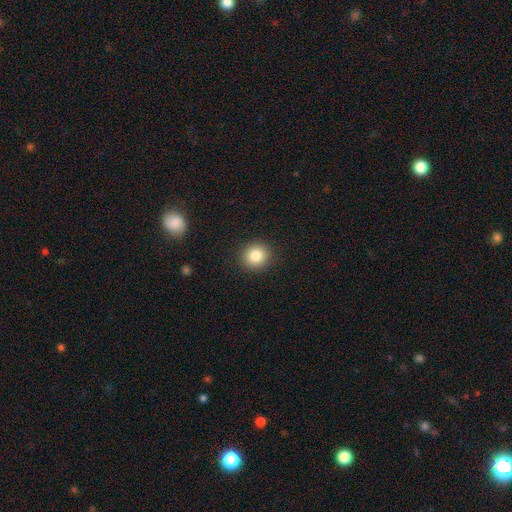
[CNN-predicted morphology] smooth 83%, star or artifact 10%, featured or disk 6%. Down the decision tree: how rounded — round (89%); merging — none (91%).